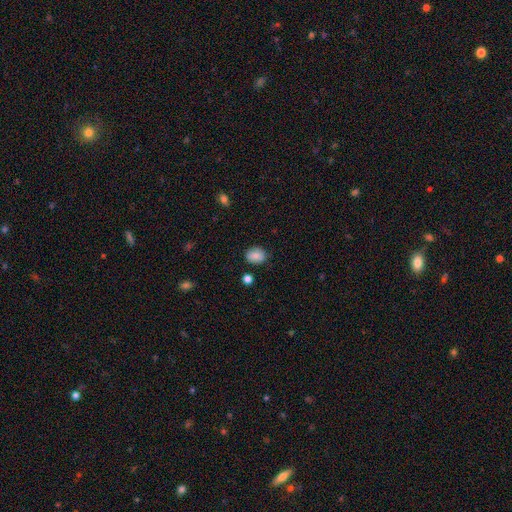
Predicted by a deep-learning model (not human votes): A smooth galaxy with no disk features (84%) that is in between round and cigar-shaped (62%). Merging: none (80%).